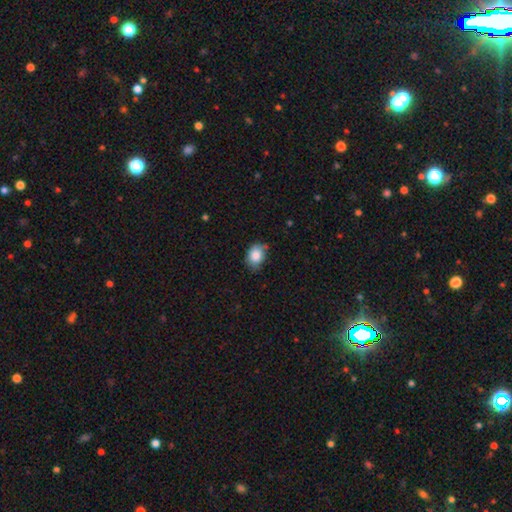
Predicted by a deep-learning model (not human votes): The model was most divided on "merging": none: 62%, minor disturbance: 30%, major disturbance: 5%, merger: 2%. More confident: smooth or featured — smooth (84%); how rounded — in between (67%).